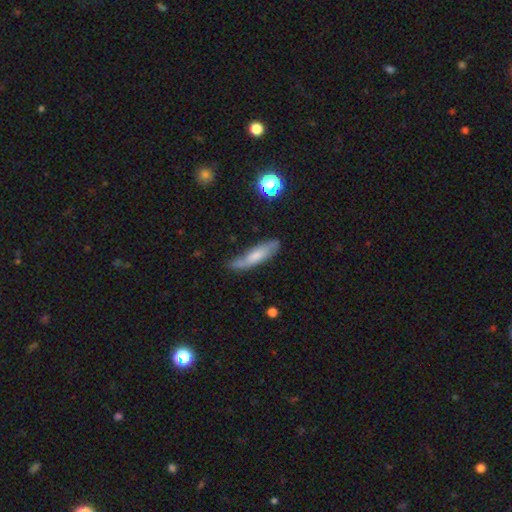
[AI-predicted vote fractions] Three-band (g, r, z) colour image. It shows a smooth galaxy with no disk features (58%) that is cigar-shaped (70%). Merging: none (66%).